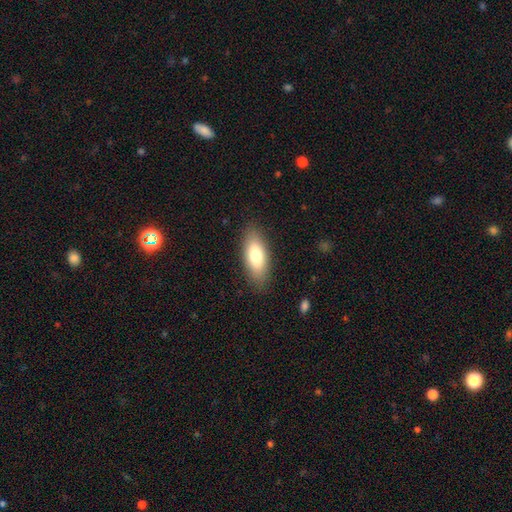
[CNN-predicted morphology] smooth-or-featured: smooth: 77% | featured or disk: 16% | star or artifact: 7%
  how-rounded: in between: 80% | cigar-shaped: 18% | round: 3%
  merging: none: 87% | minor disturbance: 10% | major disturbance: 3% | merger: 1%